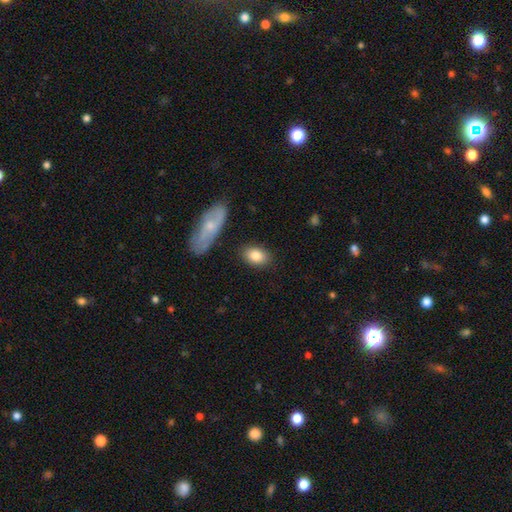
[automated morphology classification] Smooth or featured? Predicted: smooth (p=0.83). How rounded? Predicted: in between (p=0.84). Merging? Predicted: none (p=0.84).